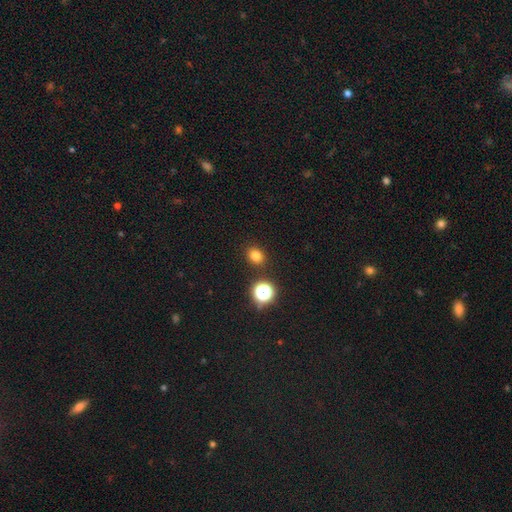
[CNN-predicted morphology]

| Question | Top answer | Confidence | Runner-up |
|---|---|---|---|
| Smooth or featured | smooth | 78% | star or artifact (16%) |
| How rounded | round | 61% | in between (38%) |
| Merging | none | 87% | minor disturbance (7%) |